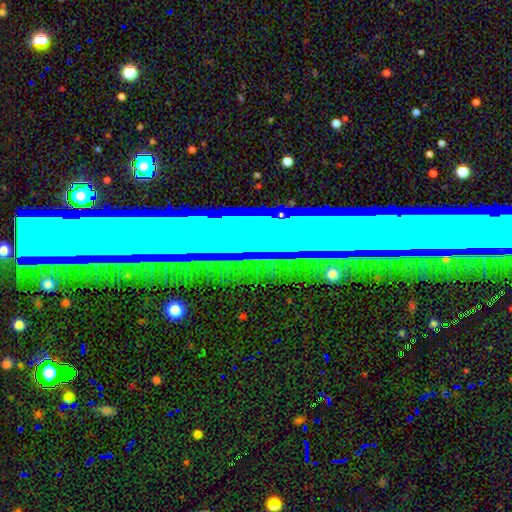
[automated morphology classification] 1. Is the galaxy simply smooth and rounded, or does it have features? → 47% star or artifact, 34% featured or disk, 19% smooth.